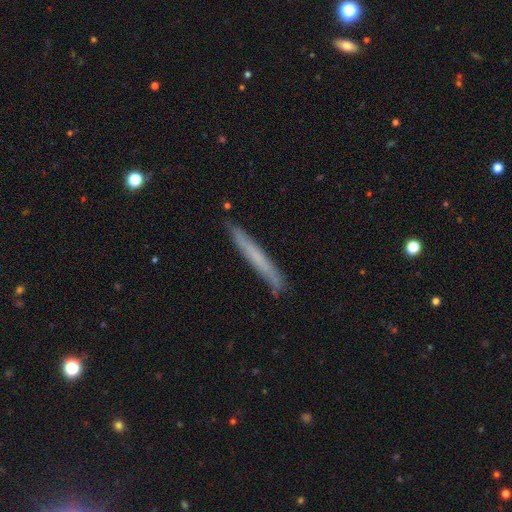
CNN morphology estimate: Smooth or featured: smooth — 57% (featured or disk — 37%)
How rounded: cigar-shaped — 97% (in between — 2%)
Merging: none — 86% (minor disturbance — 11%)